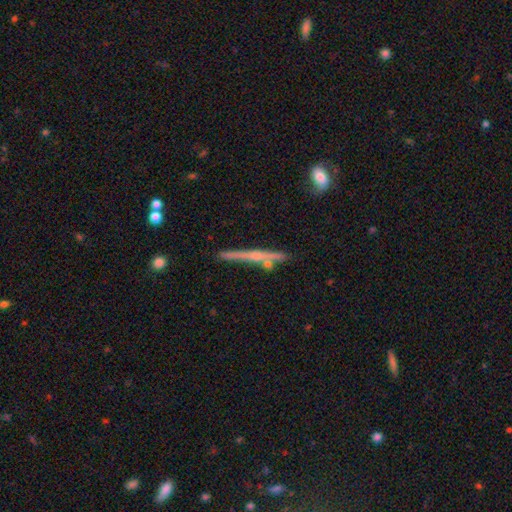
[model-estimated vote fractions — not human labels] Smooth or featured? featured or disk (68%)
Edge-on disk? yes (97%)
Edge-on bulge? rounded (55%)
Merging? none (82%)